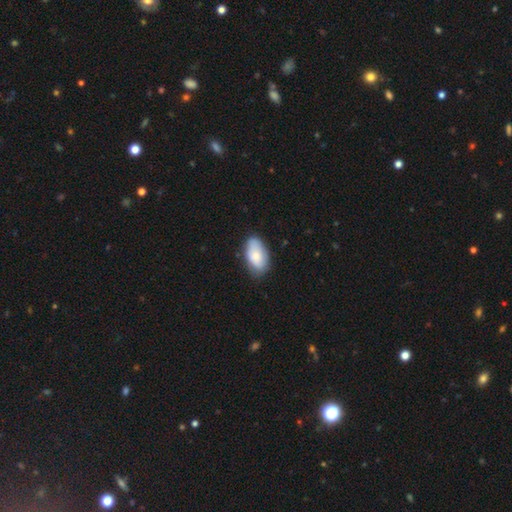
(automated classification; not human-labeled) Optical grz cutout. It shows a smooth galaxy with no disk features (77%) that is in between round and cigar-shaped (94%). Merging: none (73%).